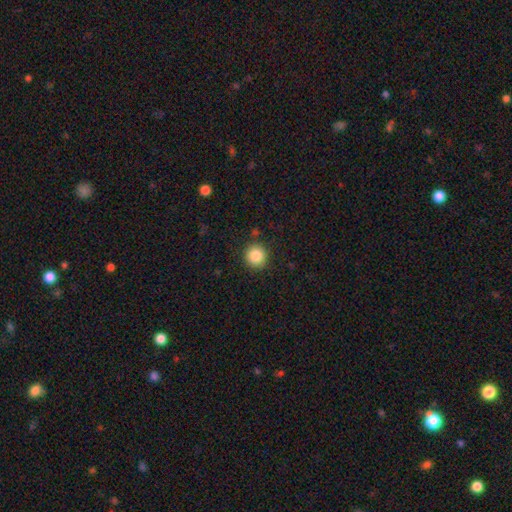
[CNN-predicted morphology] smooth-or-featured: smooth: 86% | star or artifact: 10% | featured or disk: 4%
  how-rounded: round: 94% | in between: 6% | cigar-shaped: 1%
  merging: none: 89% | minor disturbance: 7% | major disturbance: 2% | merger: 2%